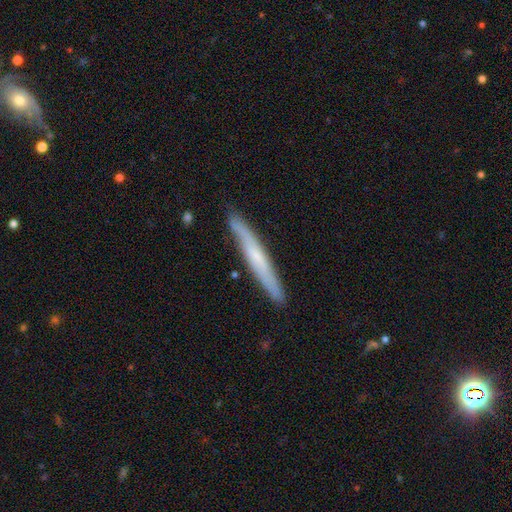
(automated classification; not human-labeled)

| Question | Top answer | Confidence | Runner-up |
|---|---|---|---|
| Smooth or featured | featured or disk | 49% | smooth (46%) |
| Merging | none | 88% | minor disturbance (9%) |